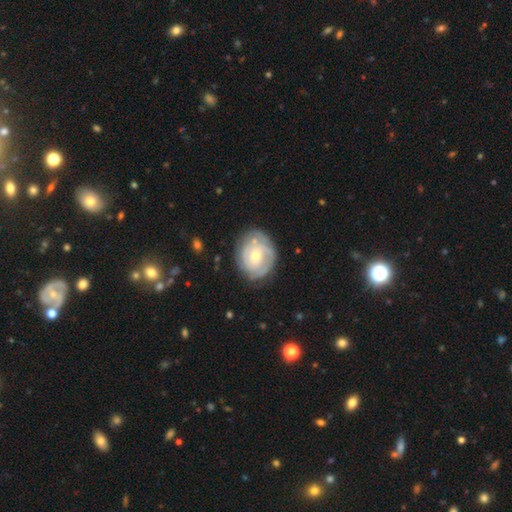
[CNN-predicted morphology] smooth_or_featured: featured or disk (p=0.76) [alt: smooth p=0.19]
disk_edge_on: no (p=0.97) [alt: yes p=0.03]
bar: no (p=0.64) [alt: weak p=0.30]
has_spiral_arms: yes (p=0.89) [alt: no p=0.11]
spiral_winding: tight (p=0.68) [alt: medium p=0.25]
spiral_arm_count: can't tell (p=0.37) [alt: 2 p=0.29]
bulge_size: moderate (p=0.52) [alt: small p=0.44]
merging: none (p=0.75) [alt: minor disturbance p=0.18]